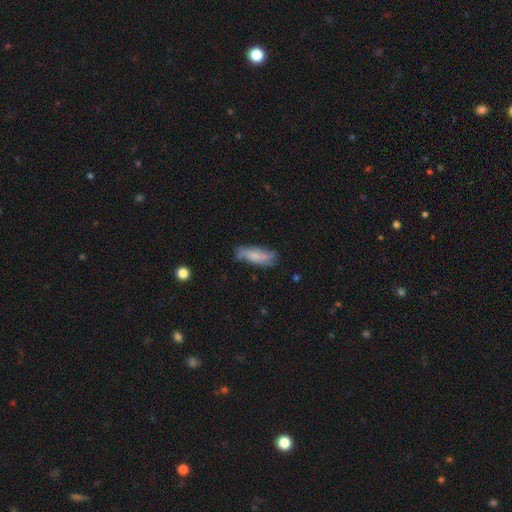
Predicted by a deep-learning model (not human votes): A smooth galaxy with no disk features (57%) that is in between round and cigar-shaped (54%). Merging: none (65%).